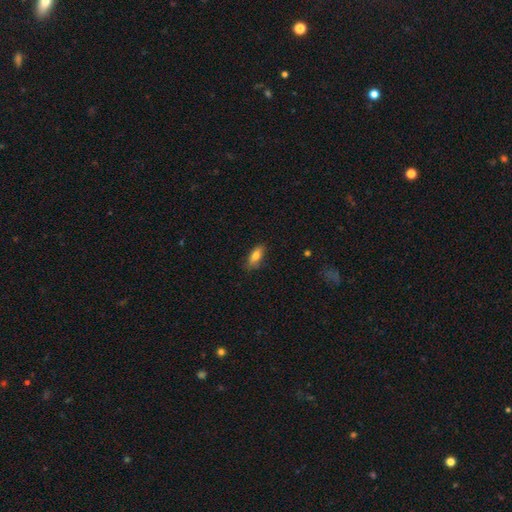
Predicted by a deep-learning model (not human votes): A smooth galaxy with no disk features (77%) that is in between round and cigar-shaped (74%).

Vote fractions:
- Smooth or featured? smooth: 77% / featured or disk: 16% / star or artifact: 7%
- How rounded? in between: 74% / cigar-shaped: 23% / round: 3%
- Merging? none: 80% / minor disturbance: 16% / major disturbance: 3% / merger: 1%